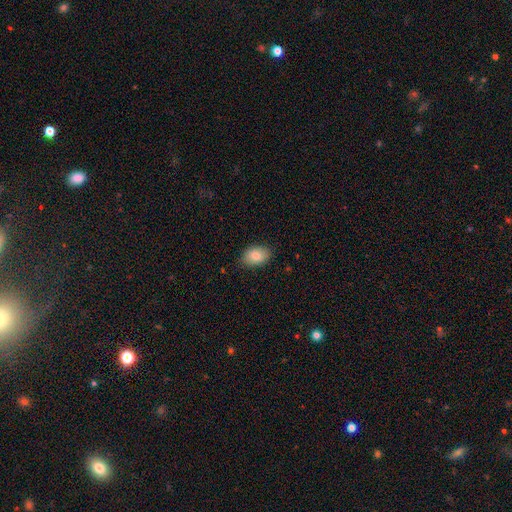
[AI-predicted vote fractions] Smooth or featured: smooth — 84% (featured or disk — 8%)
How rounded: in between — 86% (round — 13%)
Merging: none — 86% (minor disturbance — 11%)